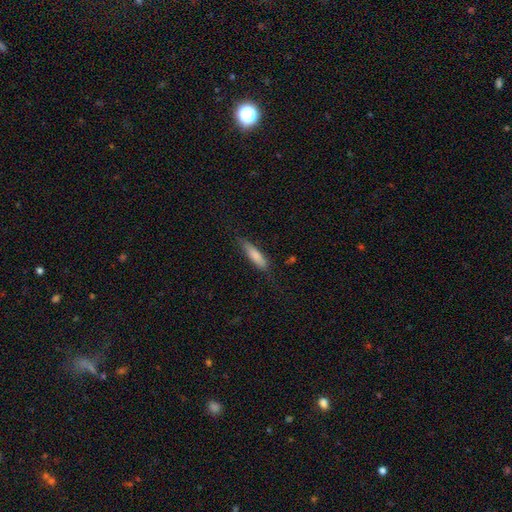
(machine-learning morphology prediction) The model was most divided on "how rounded": cigar-shaped: 70%, in between: 28%, round: 1%. More confident: smooth or featured — smooth (80%); merging — none (75%).